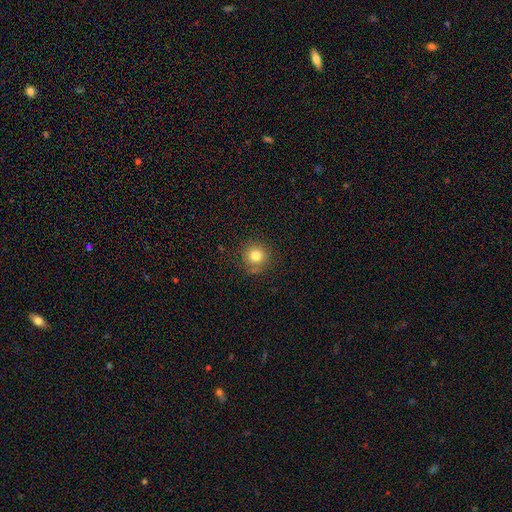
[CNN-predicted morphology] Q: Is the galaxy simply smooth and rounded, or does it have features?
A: smooth — 79%.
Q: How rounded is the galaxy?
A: round — 93%.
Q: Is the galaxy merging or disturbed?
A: none — 82%.